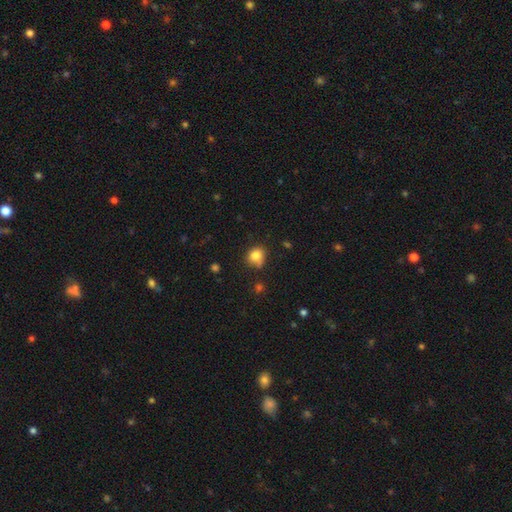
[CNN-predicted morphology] smooth-or-featured: smooth: 81% | star or artifact: 11% | featured or disk: 7%
  how-rounded: round: 72% | in between: 27% | cigar-shaped: 1%
  merging: none: 58% | minor disturbance: 28% | major disturbance: 7% | merger: 7%